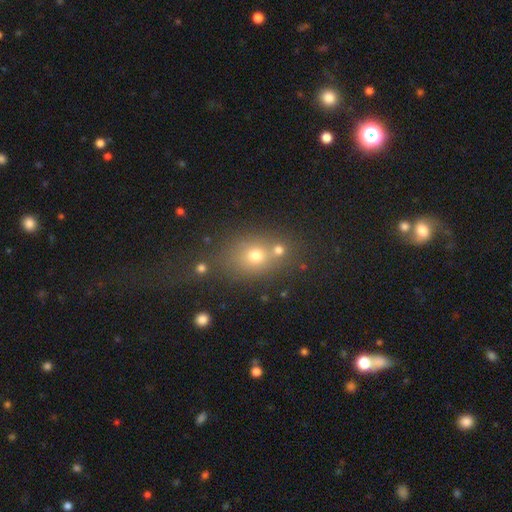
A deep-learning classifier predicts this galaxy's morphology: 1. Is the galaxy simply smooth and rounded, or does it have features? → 64% smooth, 20% star or artifact, 15% featured or disk.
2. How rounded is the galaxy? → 51% round, 47% in between, 2% cigar-shaped.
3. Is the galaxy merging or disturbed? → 54% none, 27% merger, 12% minor disturbance, 7% major disturbance.